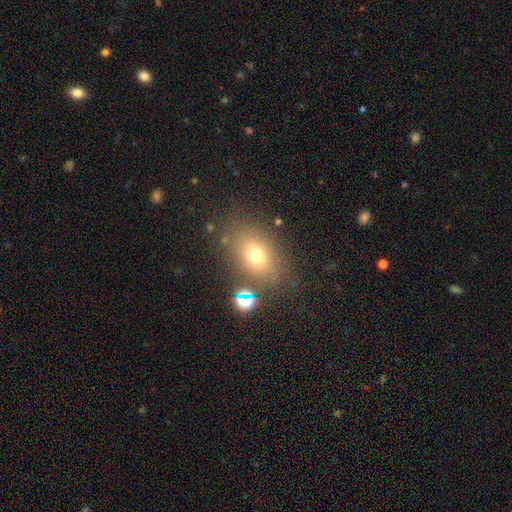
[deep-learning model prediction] A smooth galaxy with no disk features (67%) that is in between round and cigar-shaped (70%). Merging: none (77%).